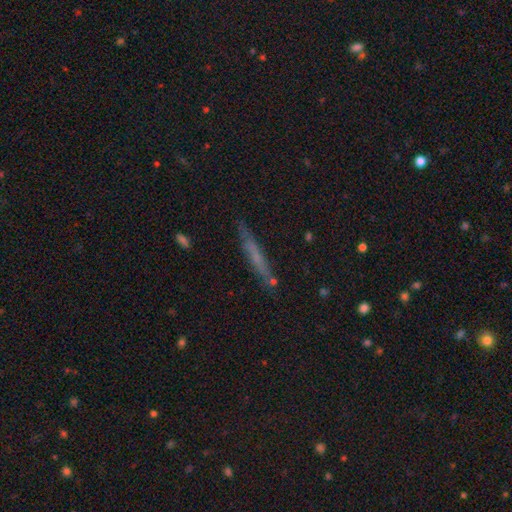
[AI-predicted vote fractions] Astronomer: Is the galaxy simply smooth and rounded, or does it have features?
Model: smooth — 48% (runner-up: featured or disk, 42%).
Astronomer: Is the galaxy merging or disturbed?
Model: none — 80%.